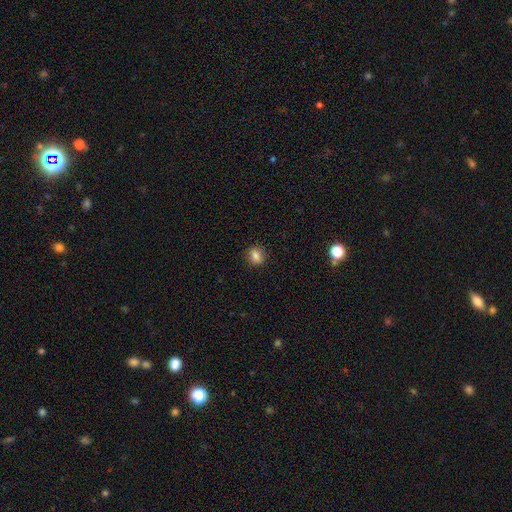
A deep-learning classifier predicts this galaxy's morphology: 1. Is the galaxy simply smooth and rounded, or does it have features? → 79% smooth, 11% star or artifact, 10% featured or disk.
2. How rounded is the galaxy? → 58% round, 40% in between, 2% cigar-shaped.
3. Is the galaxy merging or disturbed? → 87% none, 9% minor disturbance, 2% major disturbance, 1% merger.